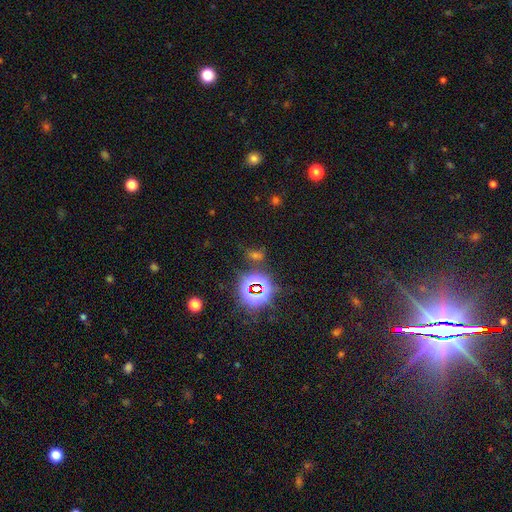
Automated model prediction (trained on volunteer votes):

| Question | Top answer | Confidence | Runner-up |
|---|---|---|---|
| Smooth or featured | star or artifact | 65% | smooth (26%) |